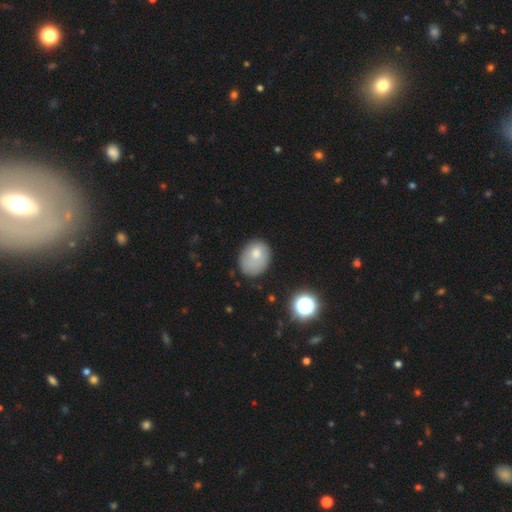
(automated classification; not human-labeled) Overall: smooth (74%). How rounded: in between (58%; round 41%). Merging: none (60%; minor disturbance 27%).